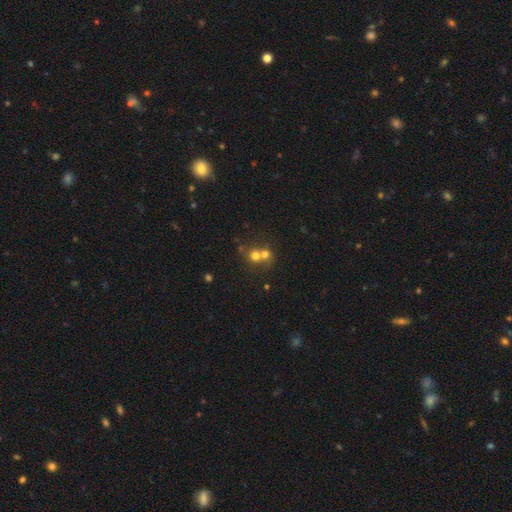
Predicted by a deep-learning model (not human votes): This is likely a smooth galaxy (68%). How rounded: clearly round (82%). Merging: possibly merger (58%).